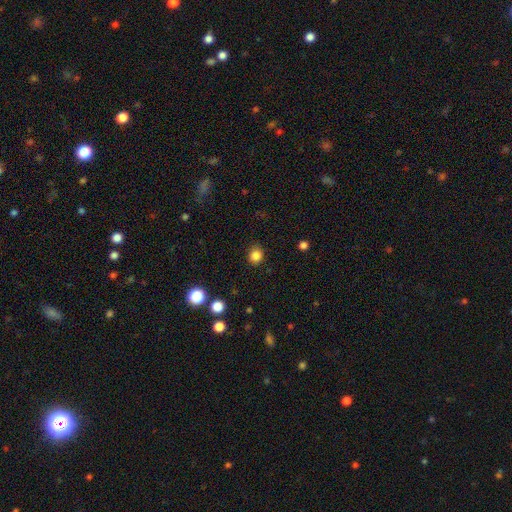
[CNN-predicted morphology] smooth_or_featured: smooth (p=0.84) [alt: star or artifact p=0.12]
how_rounded: round (p=0.81) [alt: in between p=0.18]
merging: none (p=0.87) [alt: minor disturbance p=0.09]